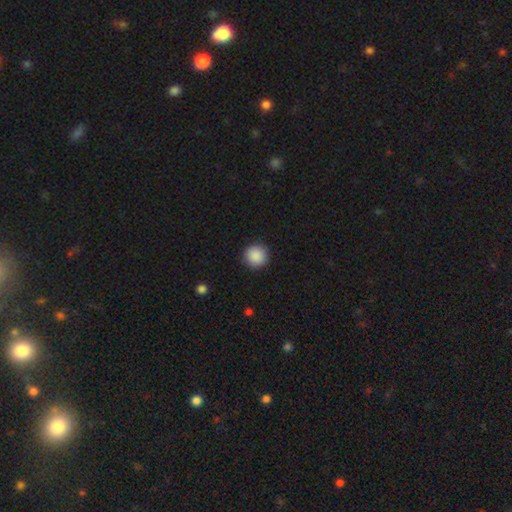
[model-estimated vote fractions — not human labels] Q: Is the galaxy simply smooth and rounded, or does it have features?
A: smooth — 89%.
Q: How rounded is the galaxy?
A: round — 95%.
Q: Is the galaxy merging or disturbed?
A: none — 92%.